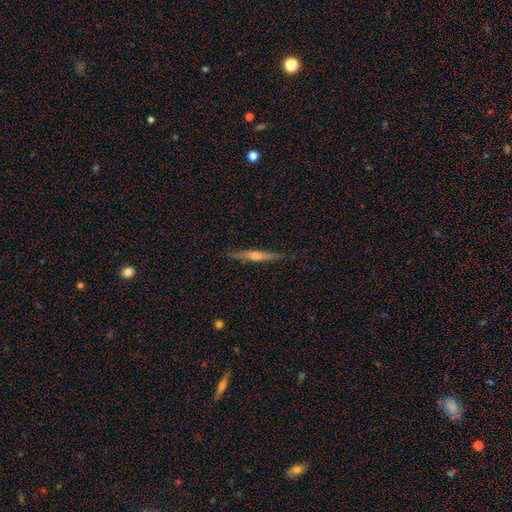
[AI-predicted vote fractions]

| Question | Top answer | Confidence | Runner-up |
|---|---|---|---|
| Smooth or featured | featured or disk | 64% | smooth (29%) |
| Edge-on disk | yes | 97% | no (3%) |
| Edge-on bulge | rounded | 75% | none (18%) |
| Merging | none | 89% | minor disturbance (9%) |